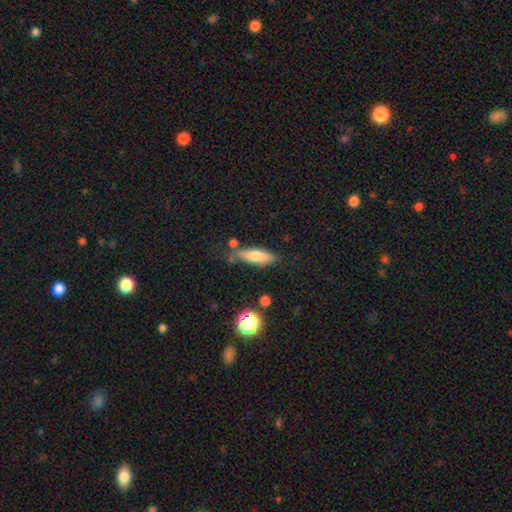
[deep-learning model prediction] This appears to be a smooth galaxy with no disk features (67%) that is cigar-shaped (57%). Merging: none (65%).